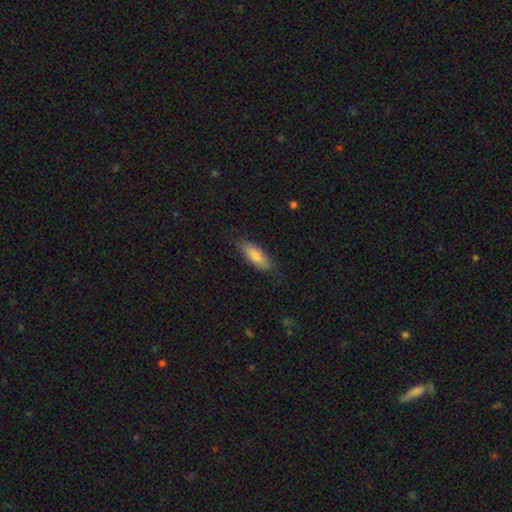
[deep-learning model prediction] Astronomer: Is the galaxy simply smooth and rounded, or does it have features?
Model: smooth — 79%.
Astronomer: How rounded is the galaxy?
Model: in between — 73%.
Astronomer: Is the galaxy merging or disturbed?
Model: none — 78%.